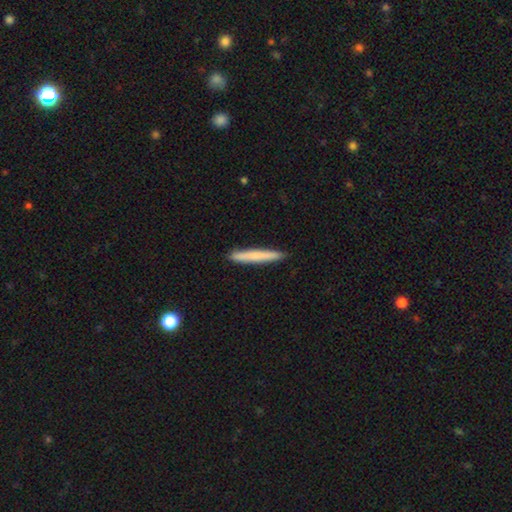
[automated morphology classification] Smooth or featured? smooth (72%)
How rounded? cigar-shaped (96%)
Merging? none (91%)